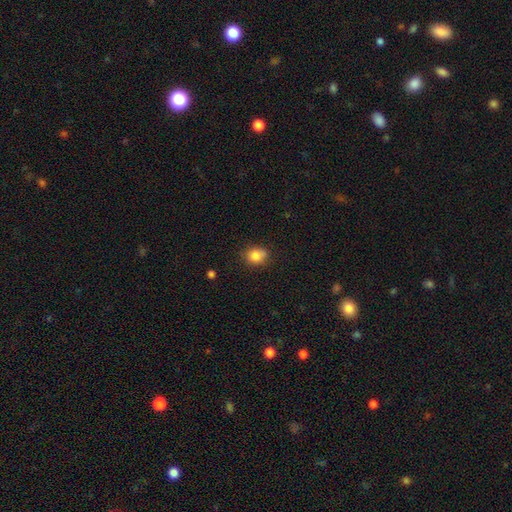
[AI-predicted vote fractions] This appears to be a smooth galaxy with no disk features (83%) that is round (61%). Merging: none (72%).